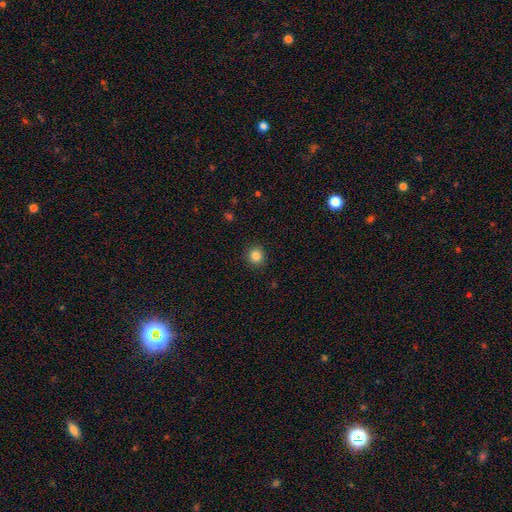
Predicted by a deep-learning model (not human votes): Morphology: type=smooth (84%); roundness=round (90%); merging=none (91%).